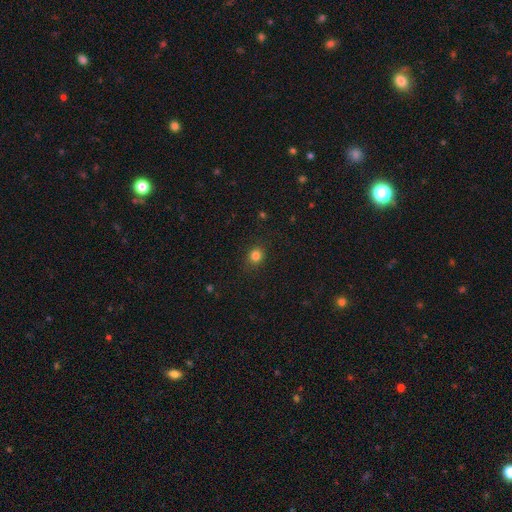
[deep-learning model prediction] smooth 83%, star or artifact 13%, featured or disk 5%. Down the decision tree: how rounded — round (80%); merging — none (88%).